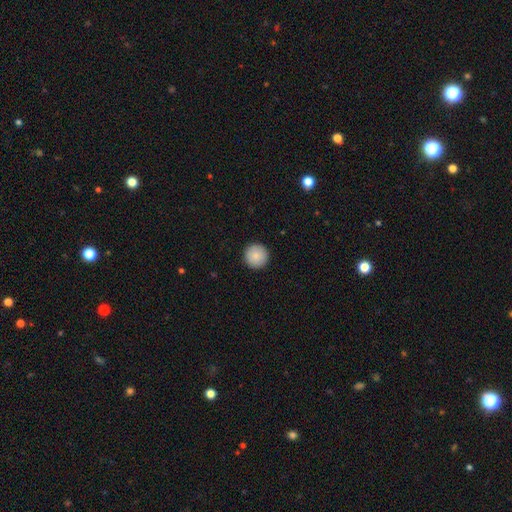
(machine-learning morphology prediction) Smooth or featured? Predicted: smooth (p=0.88). How rounded? Predicted: round (p=0.96). Merging? Predicted: none (p=0.93).